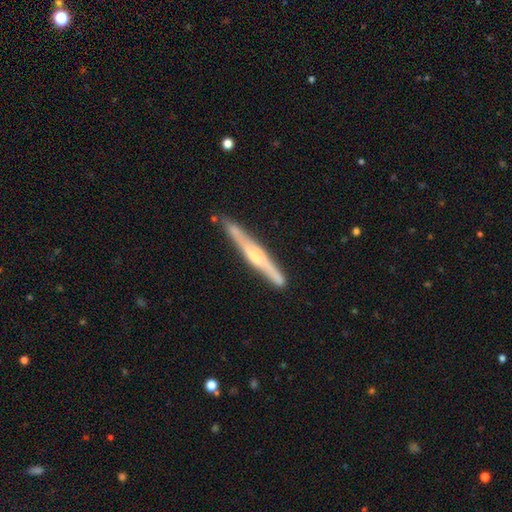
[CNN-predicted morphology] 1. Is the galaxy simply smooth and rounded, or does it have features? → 71% featured or disk, 24% smooth, 5% star or artifact.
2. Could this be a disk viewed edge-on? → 96% yes, 4% no.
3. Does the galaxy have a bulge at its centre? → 62% rounded, 22% boxy, 16% none.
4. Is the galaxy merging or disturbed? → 82% none, 13% minor disturbance, 2% merger, 2% major disturbance.